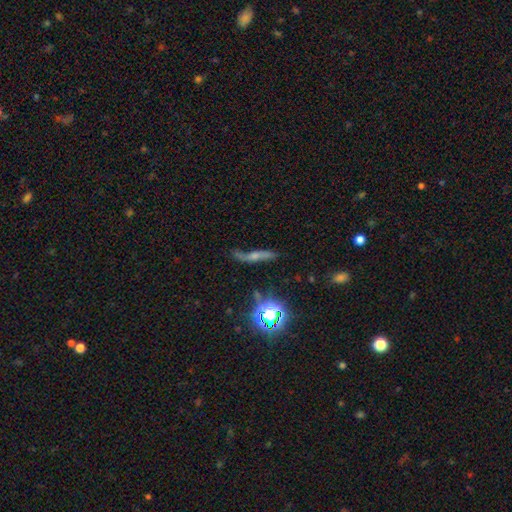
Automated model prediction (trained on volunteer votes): A featured or disk galaxy (55%) viewed edge-on (53%).

Vote fractions:
- Smooth or featured? featured or disk: 55% / smooth: 28% / star or artifact: 18%
- Edge-on disk? yes: 53% / no: 47%
- Merging? none: 61% / minor disturbance: 23% / major disturbance: 12% / merger: 5%